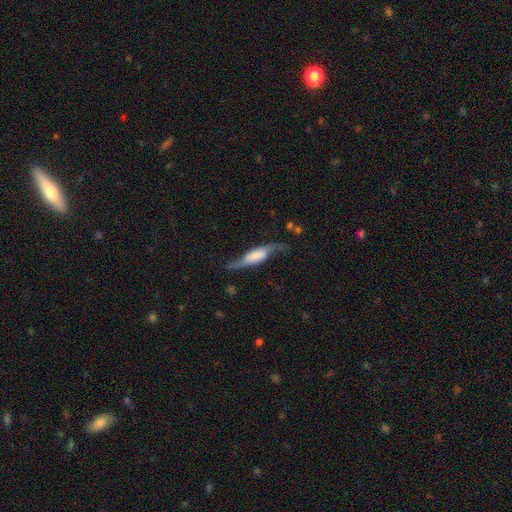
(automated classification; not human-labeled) Q: Smooth or featured?
A: featured or disk (71%); runner-up: smooth (23%)
Q: Edge-on disk?
A: no (61%); runner-up: yes (39%)
Q: Merging?
A: none (61%); runner-up: minor disturbance (23%)